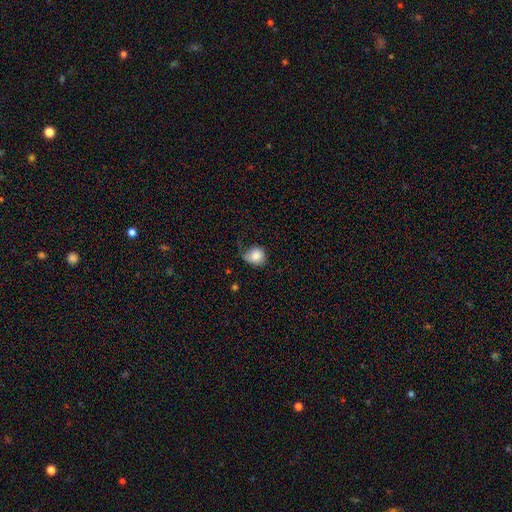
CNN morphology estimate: A smooth galaxy with no disk features (81%) that is round (75%). Merging: none (40%).